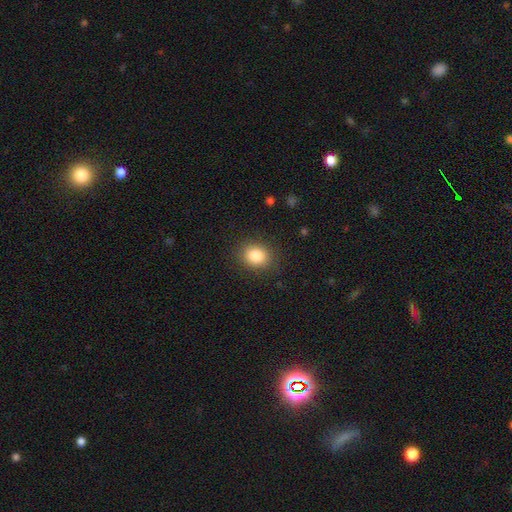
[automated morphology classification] Overall: smooth (85%). How rounded: round (60%; in between 39%). Merging: none (87%).